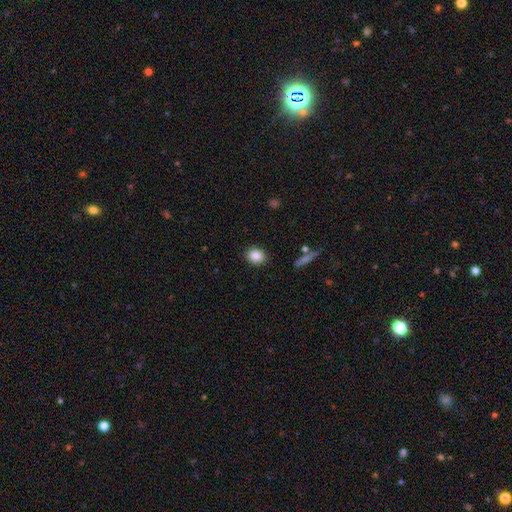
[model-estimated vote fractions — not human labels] This is clearly a smooth galaxy (86%). How rounded: likely round (65%). Merging: clearly none (89%).